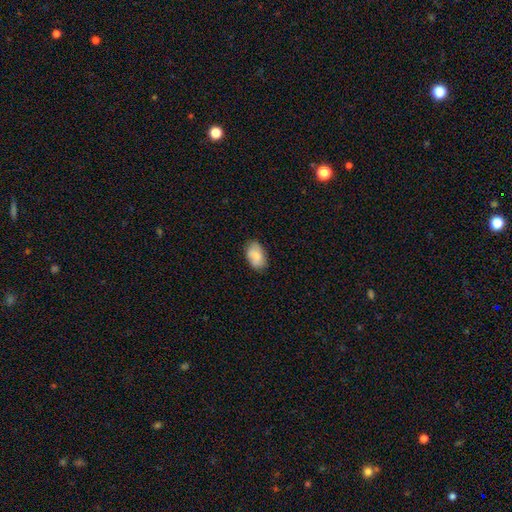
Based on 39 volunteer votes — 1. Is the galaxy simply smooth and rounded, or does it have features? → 77% smooth, 18% featured or disk, 5% star or artifact.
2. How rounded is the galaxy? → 93% in between, 7% round, 0% cigar-shaped.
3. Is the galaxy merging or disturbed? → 81% none, 19% minor disturbance, 0% major disturbance, 0% merger.